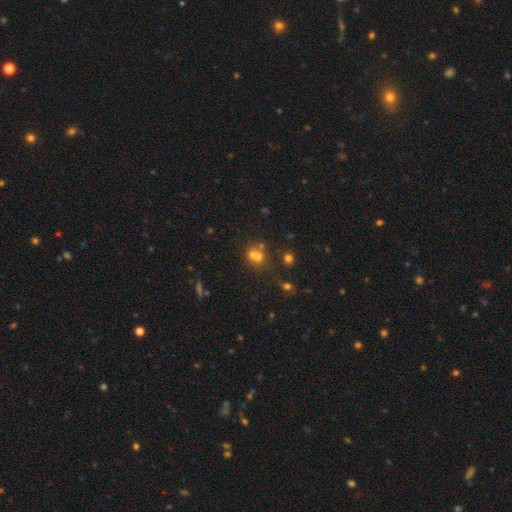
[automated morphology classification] smooth_or_featured: smooth (p=0.57) [alt: star or artifact p=0.24]
how_rounded: round (p=0.76) [alt: in between p=0.22]
merging: merger (p=0.51) [alt: none p=0.38]